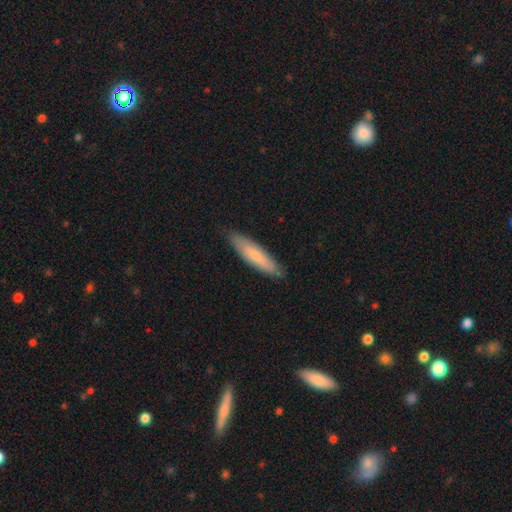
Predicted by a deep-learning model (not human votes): This appears to be a smooth galaxy with no disk features (68%) that is cigar-shaped (74%). Merging: none (85%).